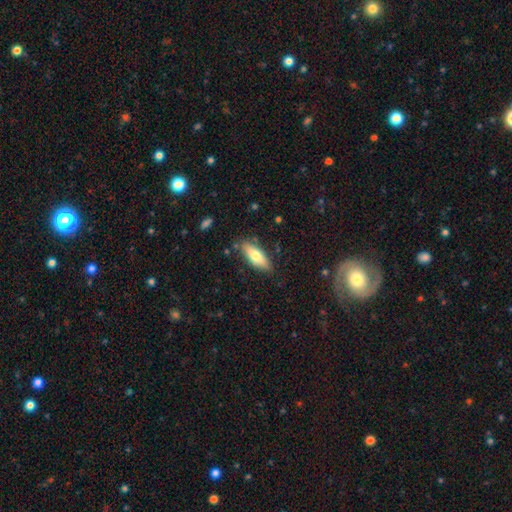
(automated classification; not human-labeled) Smooth or featured?
  - smooth: 73% *
  - featured or disk: 21%
  - star or artifact: 6%
How rounded?
  - in between: 65% *
  - cigar-shaped: 33%
  - round: 2%
Merging?
  - none: 83% *
  - minor disturbance: 13%
  - major disturbance: 3%
  - merger: 2%